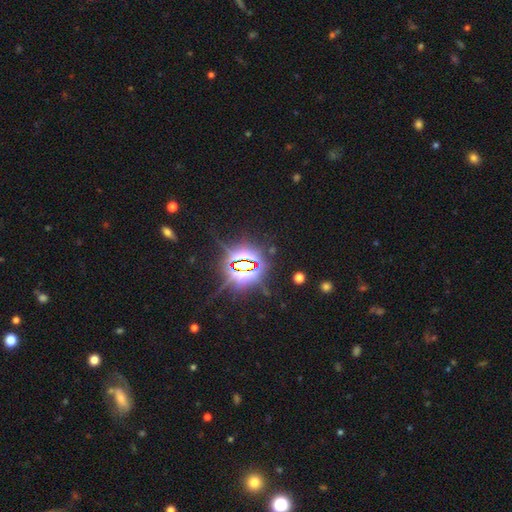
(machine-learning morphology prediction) Overall: star or artifact (84%).